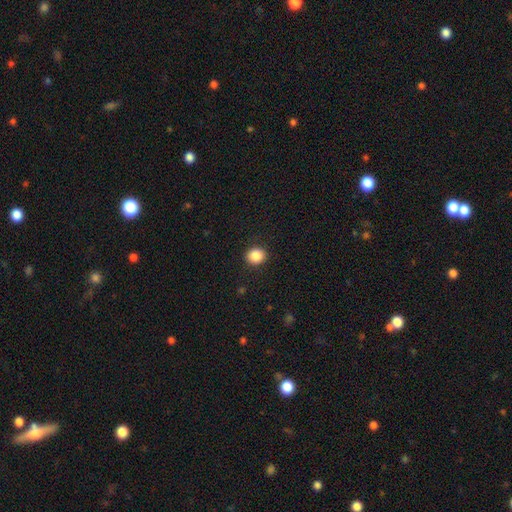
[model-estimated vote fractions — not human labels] A smooth galaxy with no disk features (87%) that is round (82%). Merging: none (91%).